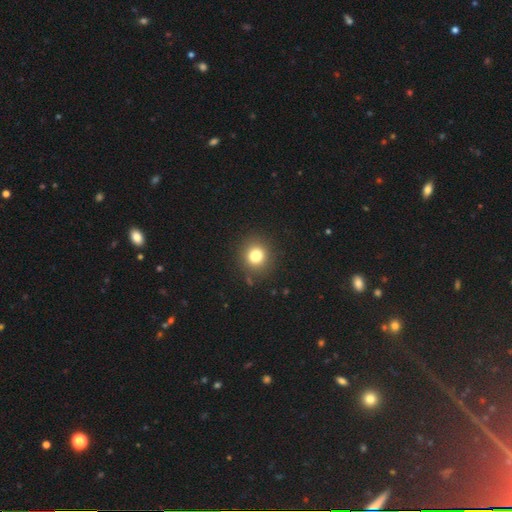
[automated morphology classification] Q: Smooth or featured?
A: smooth (81%); runner-up: star or artifact (13%)
Q: How rounded?
A: round (87%); runner-up: in between (12%)
Q: Merging?
A: none (87%); runner-up: minor disturbance (8%)